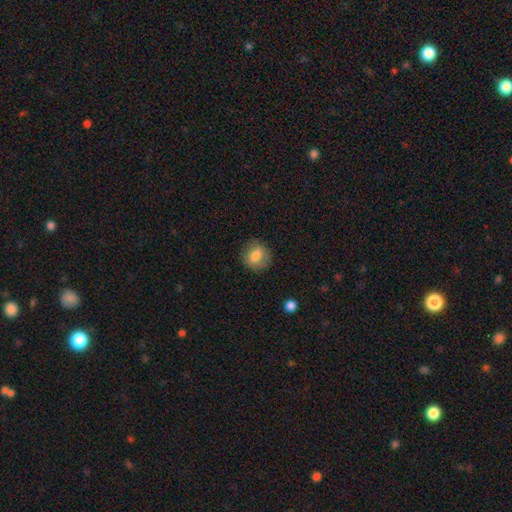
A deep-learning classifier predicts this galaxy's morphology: A smooth galaxy with no disk features (77%) that is round (73%). Merging: none (83%).